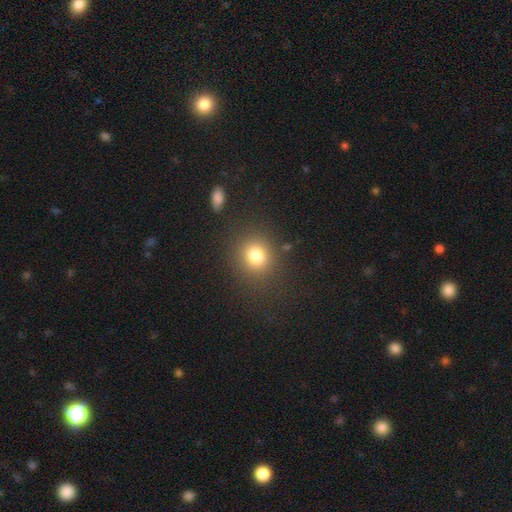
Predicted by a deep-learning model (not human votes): A smooth galaxy with no disk features (80%) that is round (79%).

Vote fractions:
- Smooth or featured? smooth: 80% / star or artifact: 13% / featured or disk: 7%
- How rounded? round: 79% / in between: 20% / cigar-shaped: 1%
- Merging? none: 83% / minor disturbance: 9% / major disturbance: 5% / merger: 3%